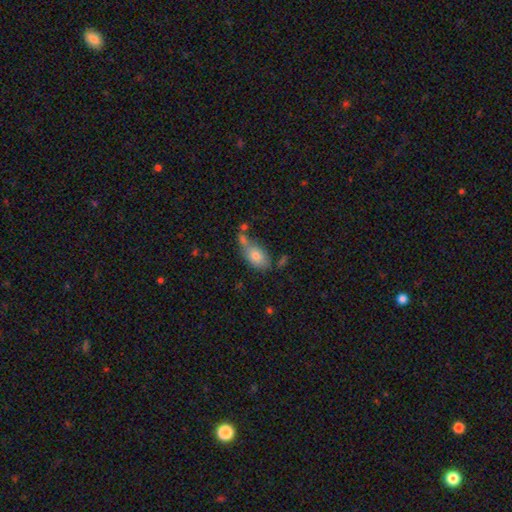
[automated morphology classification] A smooth galaxy with no disk features (76%) that is in between round and cigar-shaped (87%).

Vote fractions:
- Smooth or featured? smooth: 76% / featured or disk: 15% / star or artifact: 8%
- How rounded? in between: 87% / round: 9% / cigar-shaped: 3%
- Merging? none: 47% / merger: 26% / minor disturbance: 20% / major disturbance: 8%